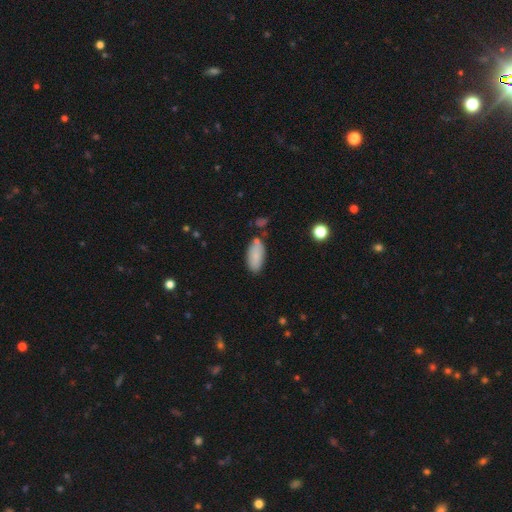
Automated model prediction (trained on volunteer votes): A smooth galaxy with no disk features (83%) that is in between round and cigar-shaped (90%).

Vote fractions:
- Smooth or featured? smooth: 83% / featured or disk: 10% / star or artifact: 7%
- How rounded? in between: 90% / cigar-shaped: 8% / round: 2%
- Merging? none: 70% / minor disturbance: 18% / merger: 9% / major disturbance: 4%